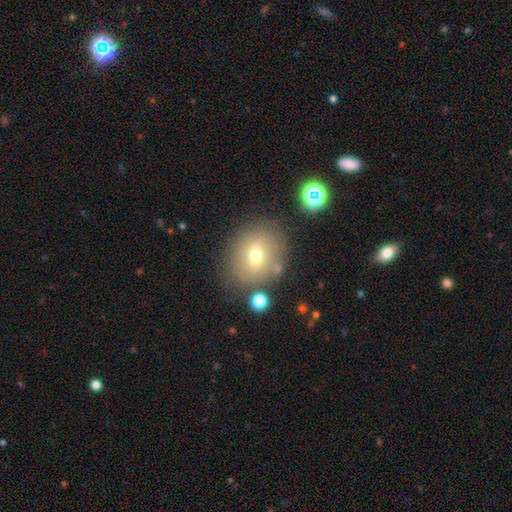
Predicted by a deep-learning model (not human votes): The model was most divided on "how rounded": round: 64%, in between: 35%, cigar-shaped: 1%. More confident: merging — none (75%); smooth or featured — smooth (67%).